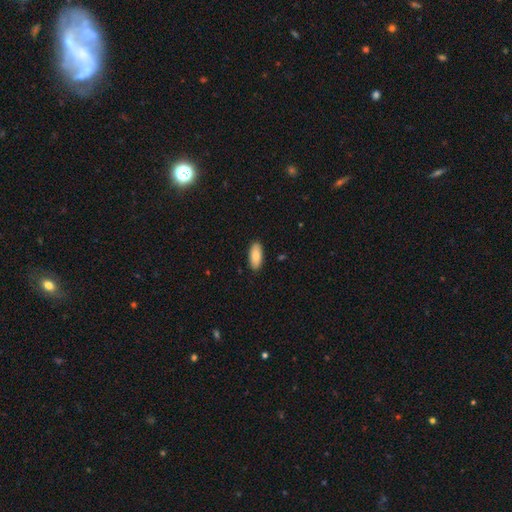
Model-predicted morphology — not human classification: Q: Smooth or featured?
A: smooth (88%); runner-up: featured or disk (6%)
Q: How rounded?
A: in between (86%); runner-up: cigar-shaped (12%)
Q: Merging?
A: none (89%); runner-up: minor disturbance (8%)